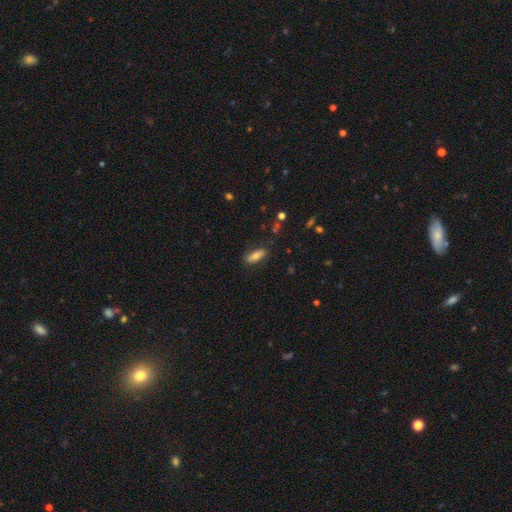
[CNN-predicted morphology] A smooth galaxy with no disk features (73%) that is in between round and cigar-shaped (67%). Merging: none (83%).